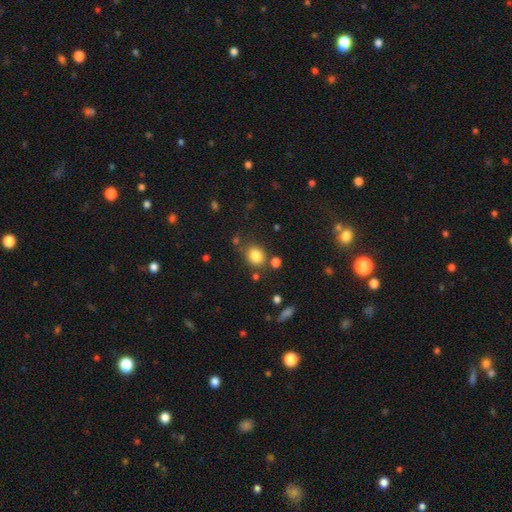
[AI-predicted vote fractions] Smooth or featured?
  - smooth: 82% *
  - star or artifact: 11%
  - featured or disk: 7%
How rounded?
  - round: 63% *
  - in between: 36%
  - cigar-shaped: 1%
Merging?
  - none: 75% *
  - minor disturbance: 12%
  - merger: 8%
  - major disturbance: 4%